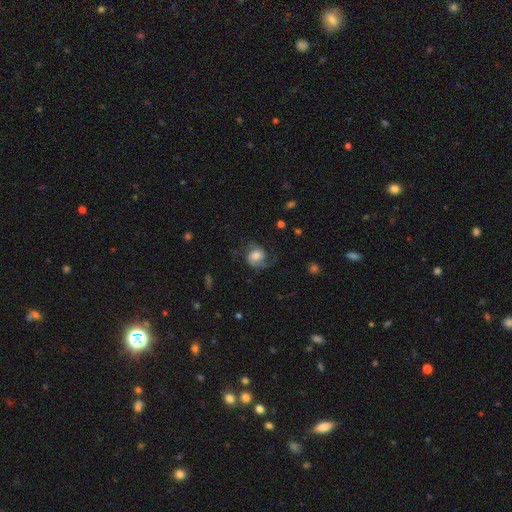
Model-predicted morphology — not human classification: This appears to be a featured or disk galaxy (70%) with no bar (58%), 2 (79%) medium (46%) spiral arms (94%) and a moderate central bulge (42%). Merging: none (61%).